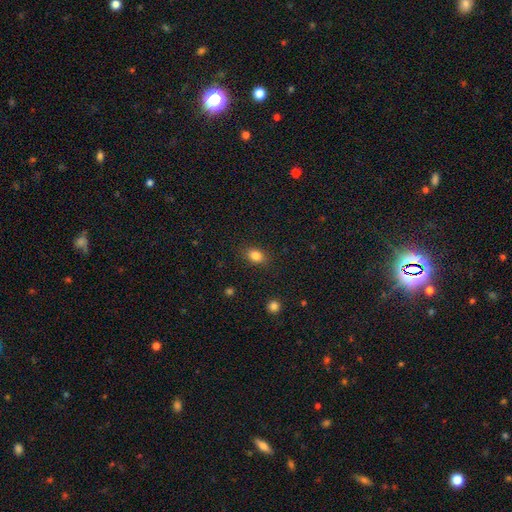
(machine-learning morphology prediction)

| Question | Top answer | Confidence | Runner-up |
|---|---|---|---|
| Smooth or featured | smooth | 83% | star or artifact (10%) |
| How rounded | in between | 67% | round (32%) |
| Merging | none | 85% | minor disturbance (10%) |